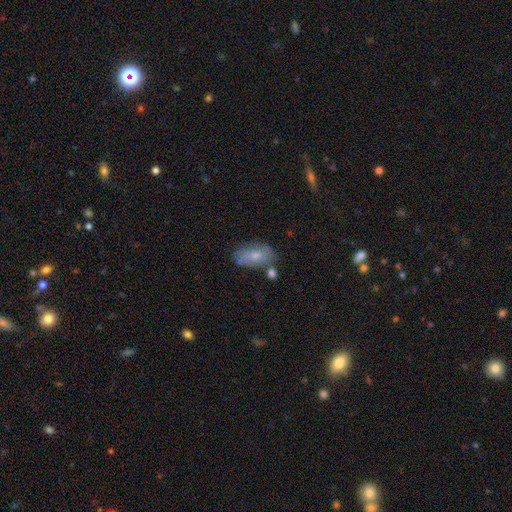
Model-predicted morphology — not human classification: A smooth galaxy with no disk features (67%) that is in between round and cigar-shaped (90%).

Vote fractions:
- Smooth or featured? smooth: 67% / featured or disk: 26% / star or artifact: 7%
- How rounded? in between: 90% / round: 6% / cigar-shaped: 3%
- Merging? none: 56% / minor disturbance: 24% / merger: 12% / major disturbance: 8%